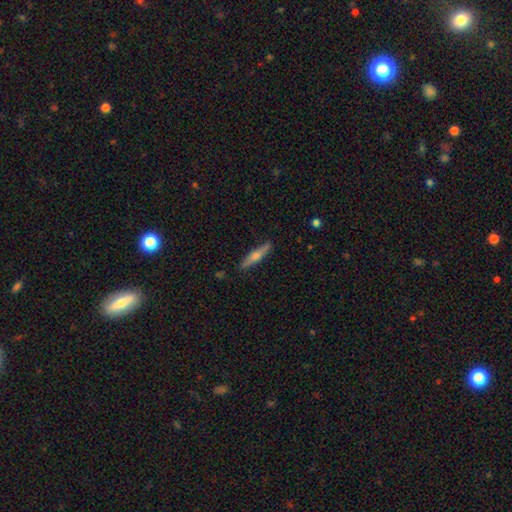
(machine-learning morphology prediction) Q: Smooth or featured?
A: featured or disk (56%); runner-up: smooth (38%)
Q: Edge-on disk?
A: yes (95%); runner-up: no (5%)
Q: Edge-on bulge?
A: rounded (88%); runner-up: none (8%)
Q: Merging?
A: none (88%); runner-up: minor disturbance (9%)